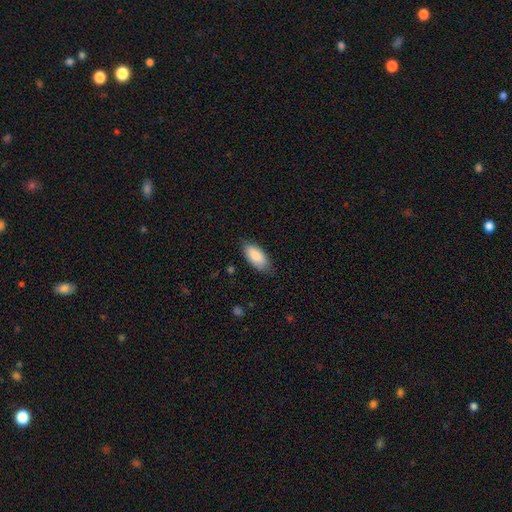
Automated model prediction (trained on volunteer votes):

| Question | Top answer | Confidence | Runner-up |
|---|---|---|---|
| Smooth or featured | smooth | 87% | featured or disk (7%) |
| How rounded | in between | 89% | cigar-shaped (9%) |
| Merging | none | 76% | minor disturbance (19%) |